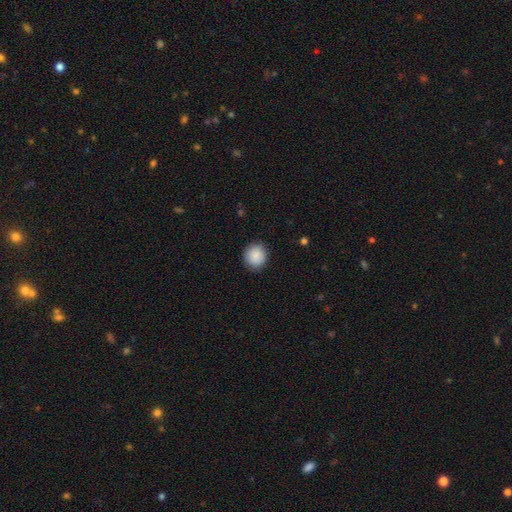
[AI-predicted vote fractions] Morphology: type=smooth (89%); roundness=round (85%); merging=none (89%).